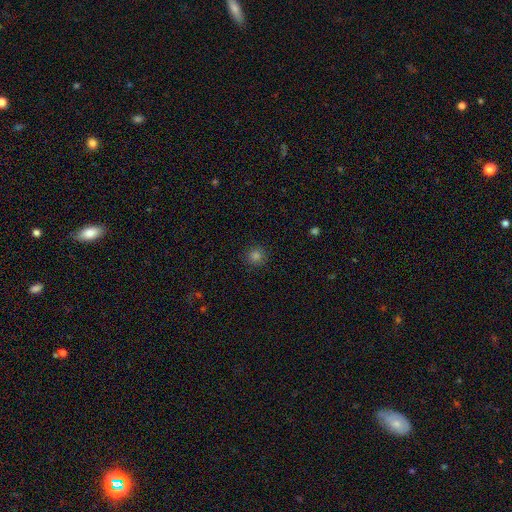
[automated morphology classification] This appears to be a smooth galaxy with no disk features (80%) that is round (94%). Merging: none (91%).